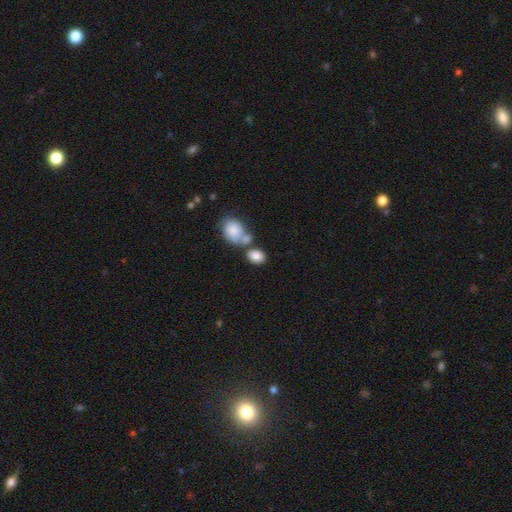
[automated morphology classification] The model was most divided on "merging": none: 43%, merger: 42%, minor disturbance: 11%, major disturbance: 4%. More confident: smooth or featured — smooth (85%); how rounded — in between (68%).